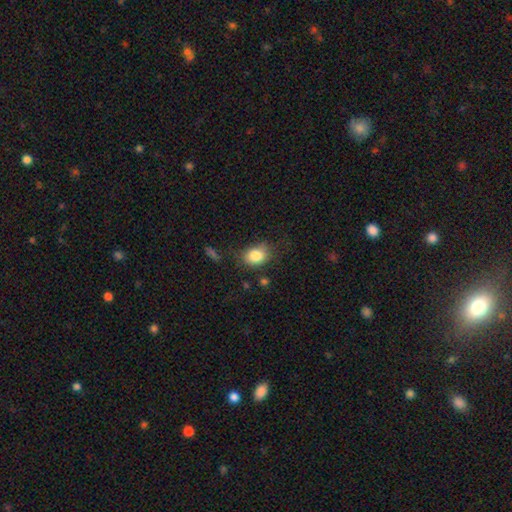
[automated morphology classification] Q: Smooth or featured?
A: smooth (83%); runner-up: star or artifact (9%)
Q: How rounded?
A: in between (63%); runner-up: round (36%)
Q: Merging?
A: none (71%); runner-up: minor disturbance (20%)